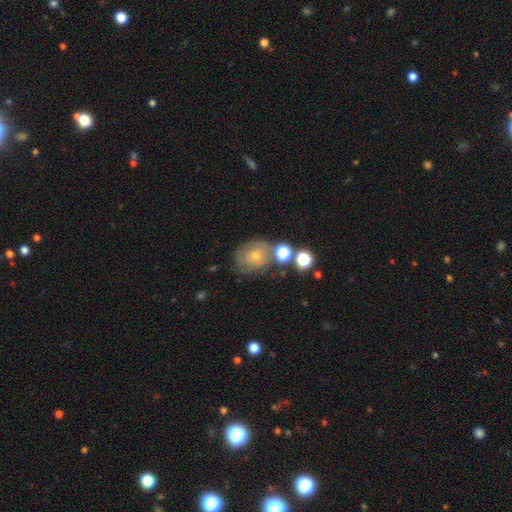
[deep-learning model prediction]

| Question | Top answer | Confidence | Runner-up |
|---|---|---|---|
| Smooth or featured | smooth | 43% | featured or disk (40%) |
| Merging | none | 58% | minor disturbance (19%) |